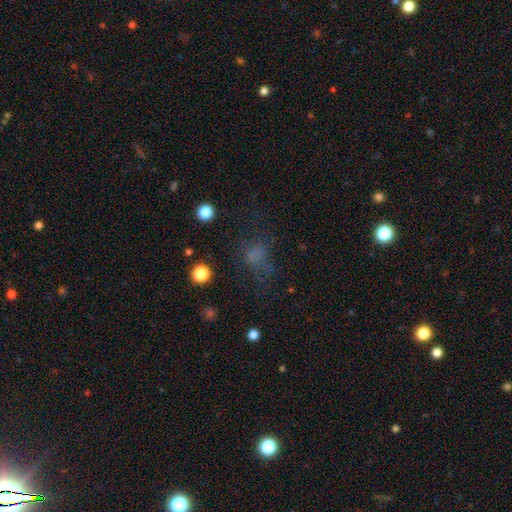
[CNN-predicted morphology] Smooth or featured? smooth (53%)
How rounded? in between (55%)
Merging? none (45%)